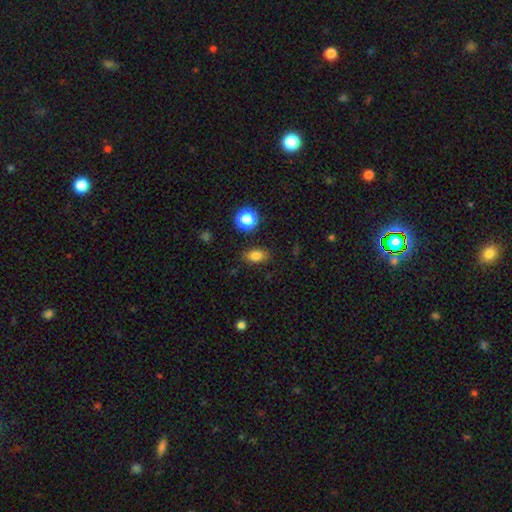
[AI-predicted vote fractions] Smooth or featured: smooth — 80% (star or artifact — 13%)
How rounded: in between — 81% (round — 16%)
Merging: none — 84% (minor disturbance — 11%)